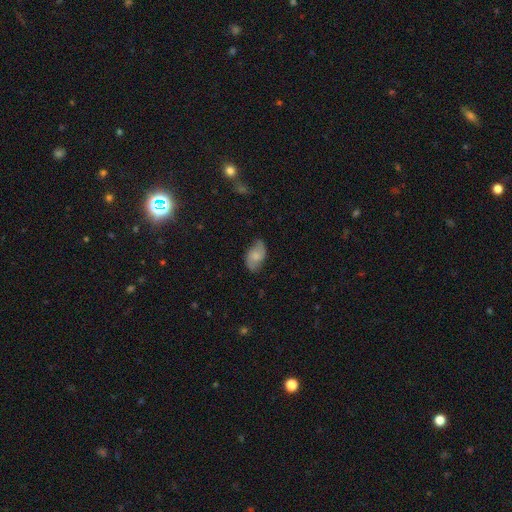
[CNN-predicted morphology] This is possibly a smooth galaxy (48%). Merging: likely none (74%).